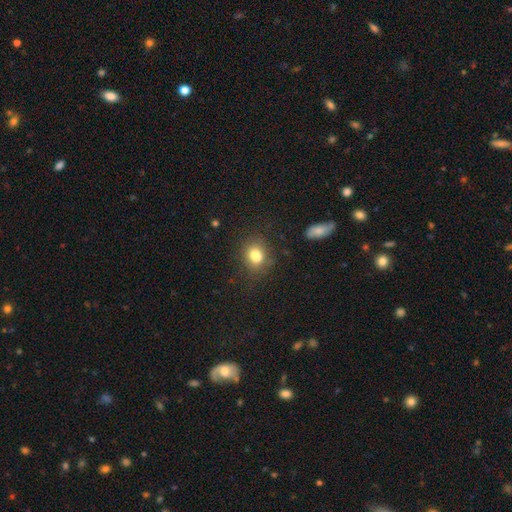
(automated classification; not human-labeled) Smooth or featured: smooth — 82% (star or artifact — 11%)
How rounded: round — 56% (in between — 43%)
Merging: none — 76% (minor disturbance — 15%)